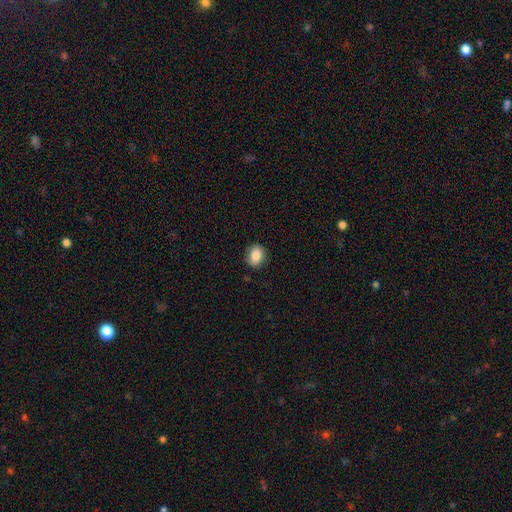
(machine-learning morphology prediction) Smooth or featured? Predicted: smooth (p=0.86). How rounded? Predicted: in between (p=0.56). Merging? Predicted: none (p=0.84).